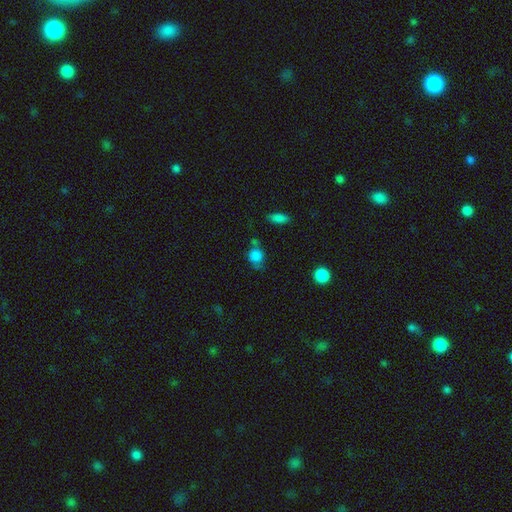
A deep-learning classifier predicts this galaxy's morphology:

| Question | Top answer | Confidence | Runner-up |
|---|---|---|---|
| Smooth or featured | smooth | 82% | star or artifact (11%) |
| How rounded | round | 76% | in between (22%) |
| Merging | none | 54% | minor disturbance (24%) |